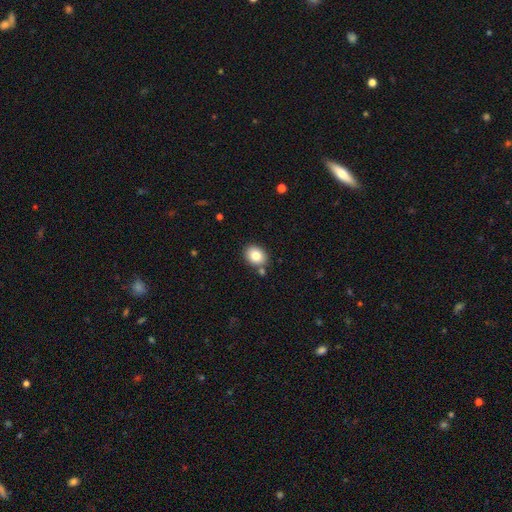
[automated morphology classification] Q: Smooth or featured?
A: smooth (83%); runner-up: star or artifact (9%)
Q: How rounded?
A: in between (59%); runner-up: round (40%)
Q: Merging?
A: none (79%); runner-up: minor disturbance (11%)